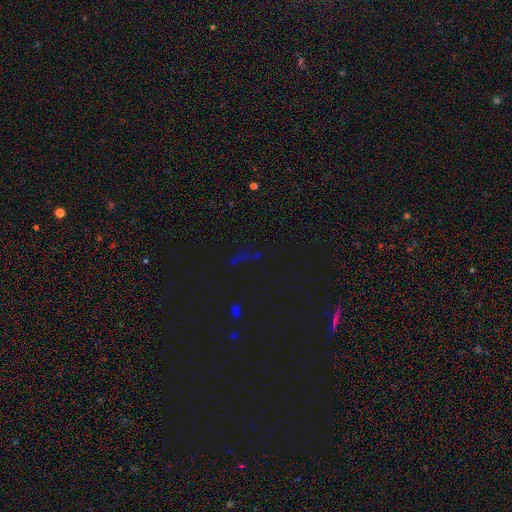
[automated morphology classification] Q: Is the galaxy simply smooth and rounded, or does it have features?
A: star or artifact — 72%.